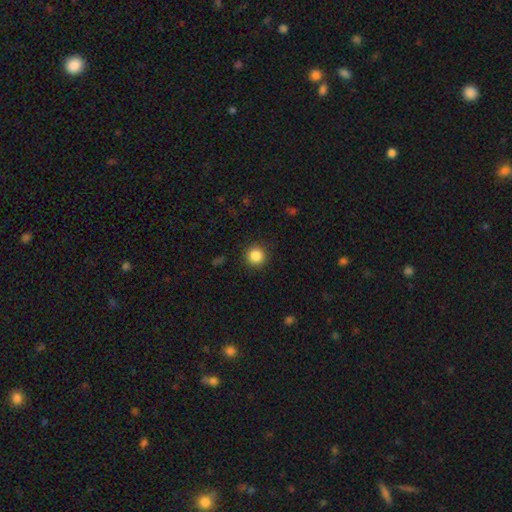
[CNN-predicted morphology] smooth 86%, star or artifact 10%, featured or disk 3%. Down the decision tree: how rounded — round (95%); merging — none (91%).